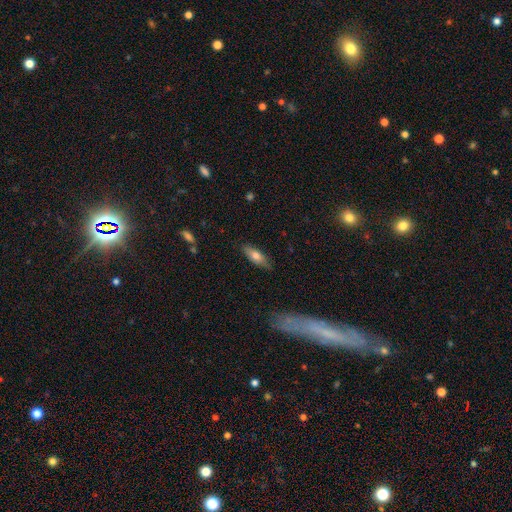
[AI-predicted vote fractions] The model was most divided on "how rounded": in between: 63%, cigar-shaped: 34%, round: 3%. More confident: merging — none (80%); smooth or featured — smooth (67%).